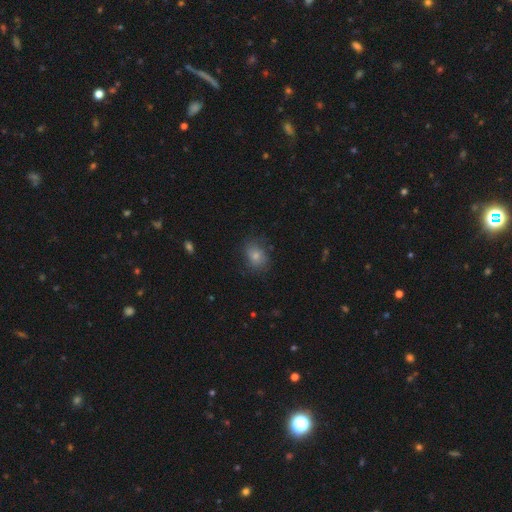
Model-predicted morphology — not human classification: Smooth or featured: smooth — 73% (featured or disk — 17%)
How rounded: in between — 57% (round — 42%)
Merging: none — 68% (minor disturbance — 22%)